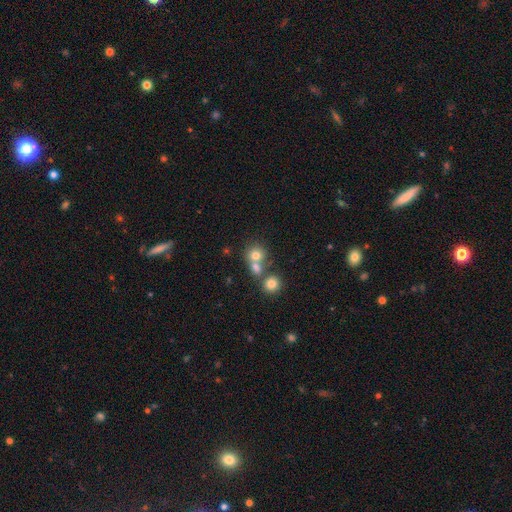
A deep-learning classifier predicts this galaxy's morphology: Smooth or featured? smooth (74%)
How rounded? round (84%)
Merging? none (46%)